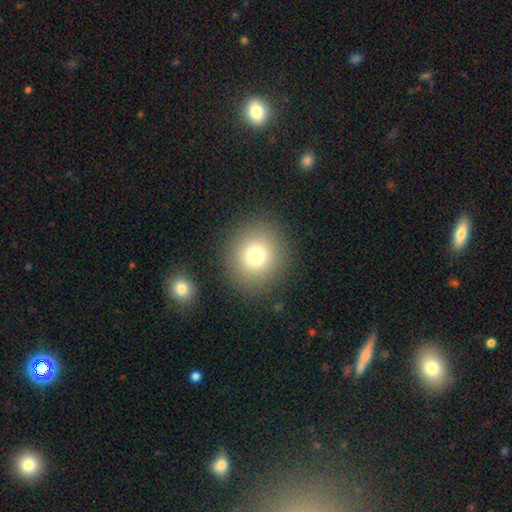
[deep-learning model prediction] Morphology: type=smooth (76%); roundness=round (89%); merging=none (88%).